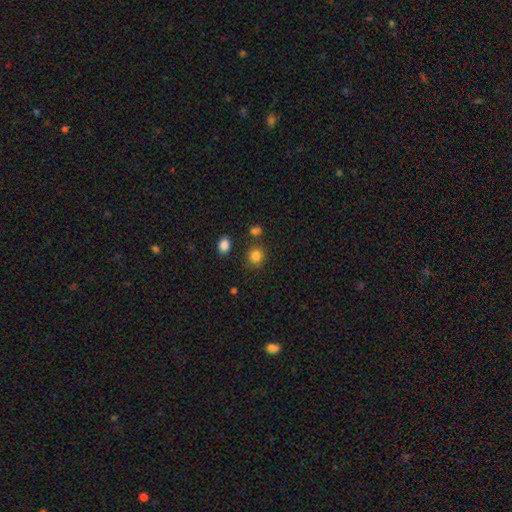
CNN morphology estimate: The model was most divided on "how rounded": round: 83%, in between: 16%, cigar-shaped: 1%. More confident: smooth or featured — smooth (83%); merging — none (80%).